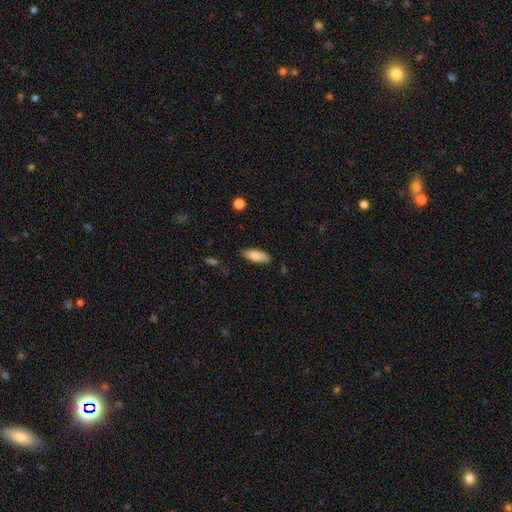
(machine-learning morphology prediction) Smooth or featured? Predicted: smooth (p=0.82). How rounded? Predicted: in between (p=0.77). Merging? Predicted: none (p=0.84).